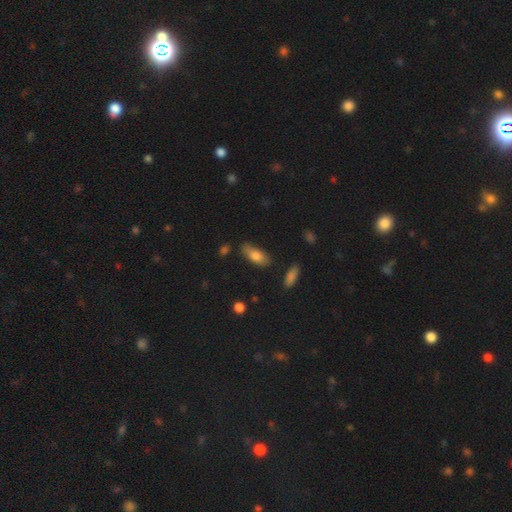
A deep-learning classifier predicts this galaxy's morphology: smooth 77%, featured or disk 17%, star or artifact 7%. Down the decision tree: how rounded — in between (82%); merging — none (70%).